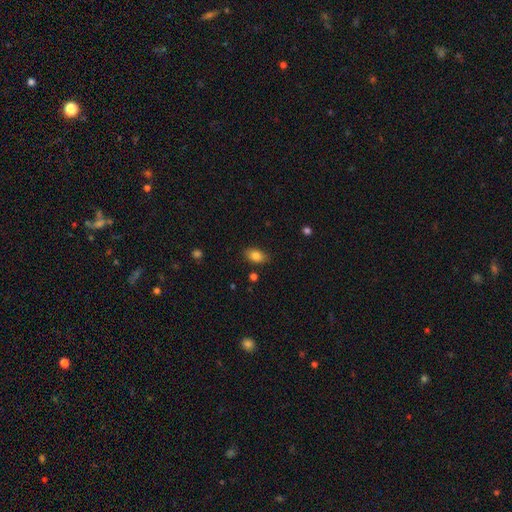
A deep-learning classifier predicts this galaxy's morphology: Overall: smooth (83%). How rounded: in between (87%). Merging: none (83%).